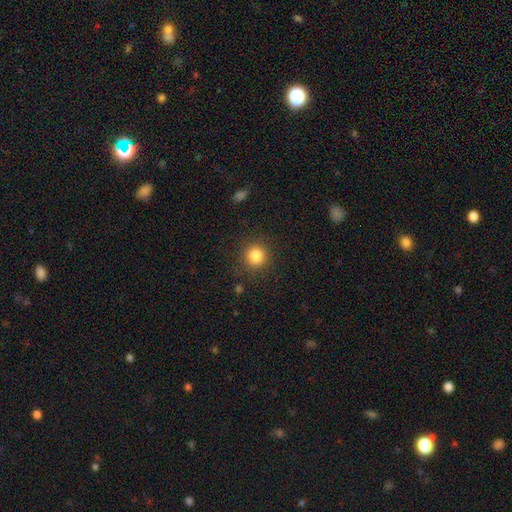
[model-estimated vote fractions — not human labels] Morphology: type=smooth (84%); roundness=round (92%); merging=none (88%).